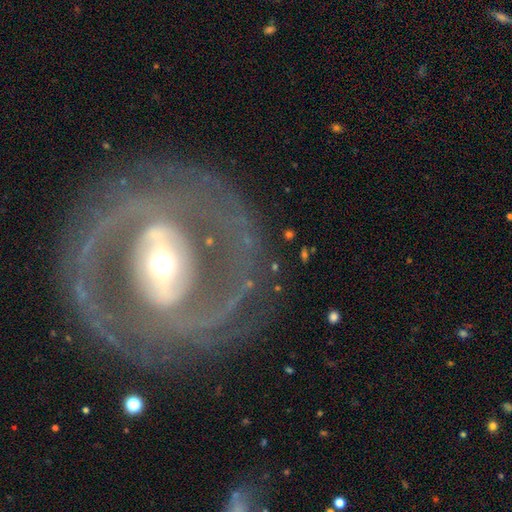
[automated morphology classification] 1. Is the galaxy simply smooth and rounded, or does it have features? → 87% featured or disk, 7% smooth, 5% star or artifact.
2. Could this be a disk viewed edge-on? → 96% no, 4% yes.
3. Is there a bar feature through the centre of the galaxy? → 53% strong, 30% weak, 17% no.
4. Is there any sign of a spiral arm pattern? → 89% yes, 11% no.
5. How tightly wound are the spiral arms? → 48% tight, 41% medium, 11% loose.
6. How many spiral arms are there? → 80% 2, 9% can't tell, 4% 3, 3% 1, 2% 4, 2% more than 4.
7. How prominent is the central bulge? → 54% moderate, 31% small, 12% large, 2% dominant, 1% none.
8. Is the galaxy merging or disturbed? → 80% none, 11% minor disturbance, 8% major disturbance, 2% merger.